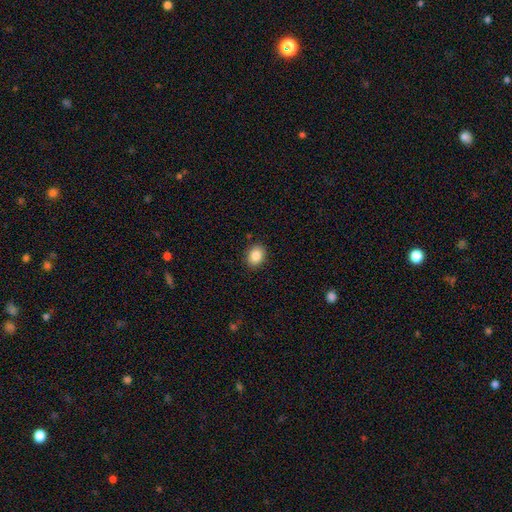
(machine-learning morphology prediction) smooth 86%, star or artifact 9%, featured or disk 5%. Down the decision tree: how rounded — in between (57%); merging — none (89%).